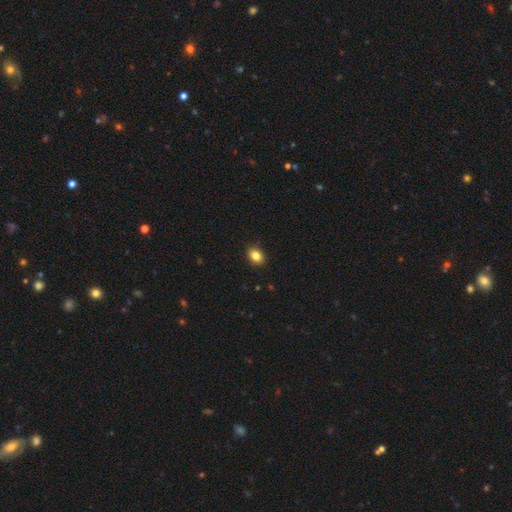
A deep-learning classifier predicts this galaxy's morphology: Smooth or featured: smooth — 85% (star or artifact — 9%)
How rounded: in between — 67% (round — 31%)
Merging: none — 89% (minor disturbance — 8%)